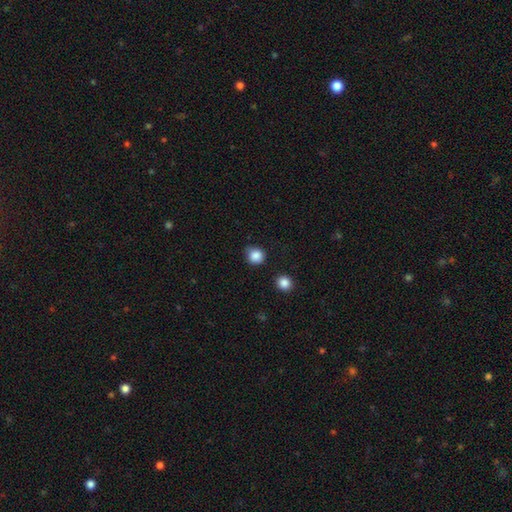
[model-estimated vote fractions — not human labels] smooth_or_featured: smooth (p=0.86) [alt: star or artifact p=0.10]
how_rounded: round (p=0.87) [alt: in between p=0.12]
merging: none (p=0.80) [alt: minor disturbance p=0.14]